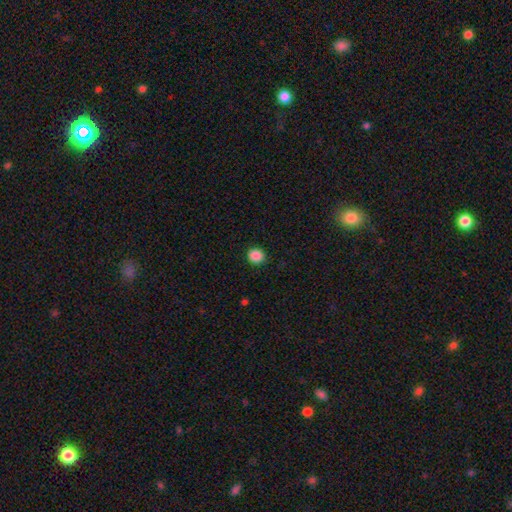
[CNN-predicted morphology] Overall: smooth (88%). How rounded: round (89%). Merging: none (92%).